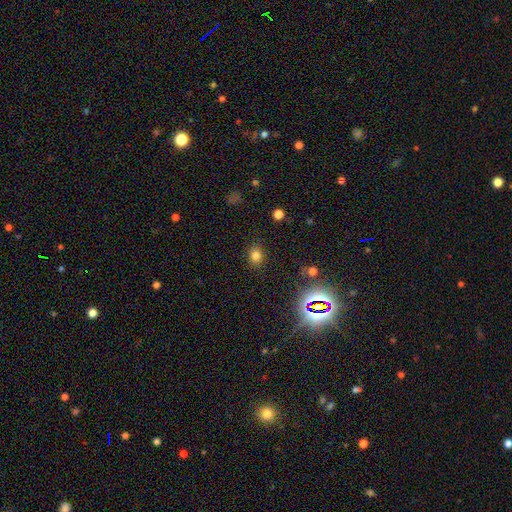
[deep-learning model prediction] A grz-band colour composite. It shows a smooth galaxy with no disk features (76%) that is round (55%). Merging: none (86%).